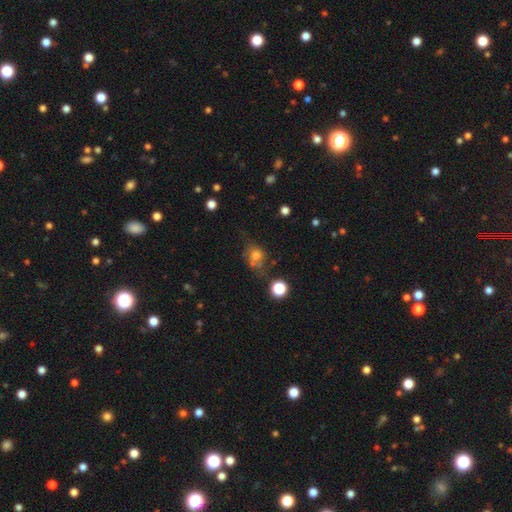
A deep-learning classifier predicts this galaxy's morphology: type=smooth (64%); roundness=round (55%); merging=none (43%).